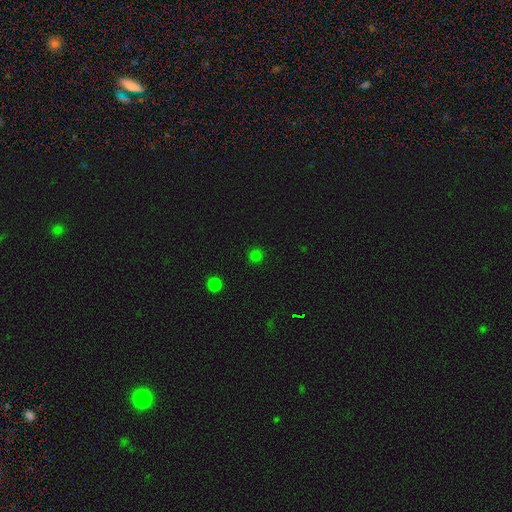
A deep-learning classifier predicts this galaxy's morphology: smooth-or-featured: smooth: 75% | star or artifact: 22% | featured or disk: 3%
  how-rounded: round: 94% | in between: 5% | cigar-shaped: 1%
  merging: none: 91% | minor disturbance: 5% | major disturbance: 2% | merger: 1%